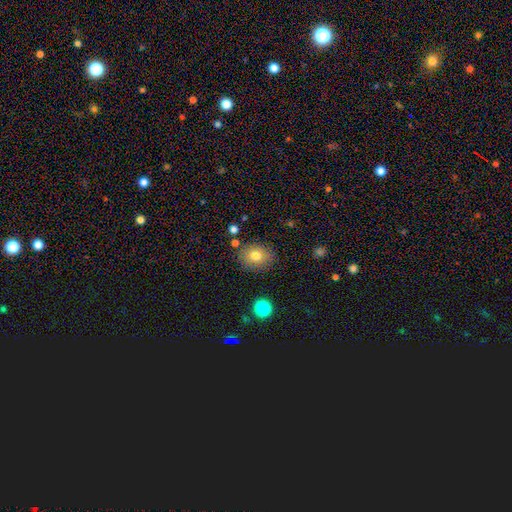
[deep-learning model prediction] This appears to be a smooth galaxy with no disk features (77%) that is round (55%). Merging: none (83%).